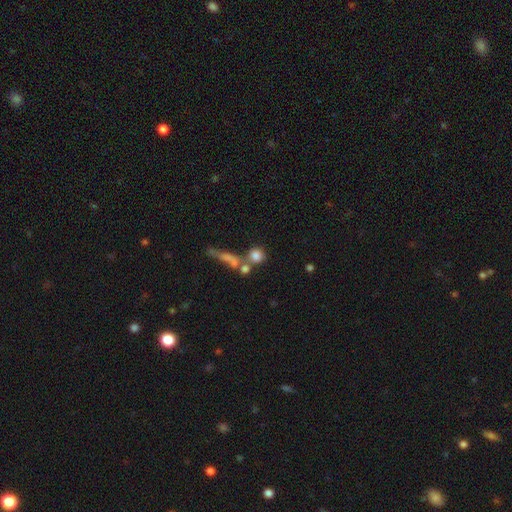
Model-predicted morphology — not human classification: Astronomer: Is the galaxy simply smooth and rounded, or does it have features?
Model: smooth — 76%.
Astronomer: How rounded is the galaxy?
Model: round — 83%.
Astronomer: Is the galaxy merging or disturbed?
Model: none — 51% (runner-up: merger, 32%).